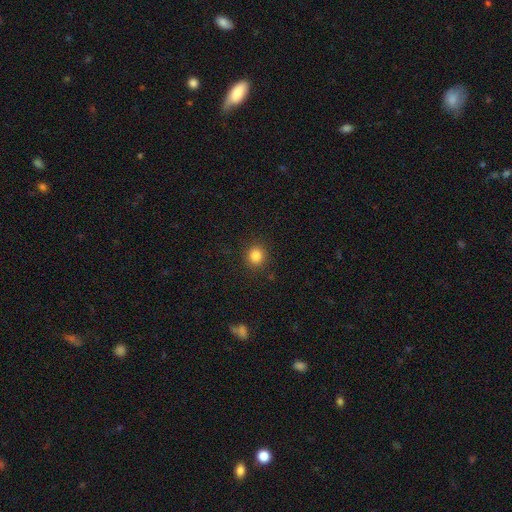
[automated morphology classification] smooth 84%, star or artifact 11%, featured or disk 4%. Down the decision tree: how rounded — round (87%); merging — none (89%).